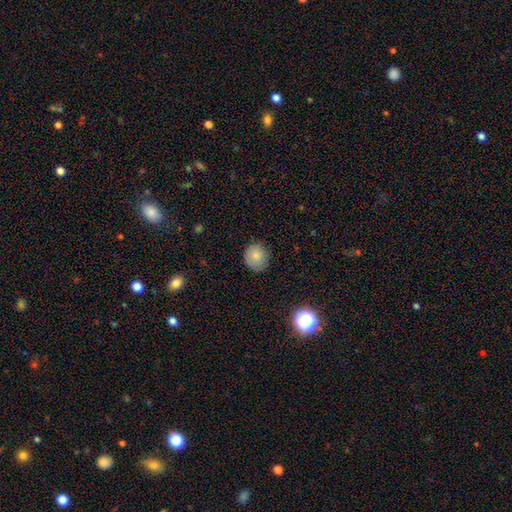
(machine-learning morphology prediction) Smooth or featured? smooth (82%)
How rounded? round (82%)
Merging? none (83%)